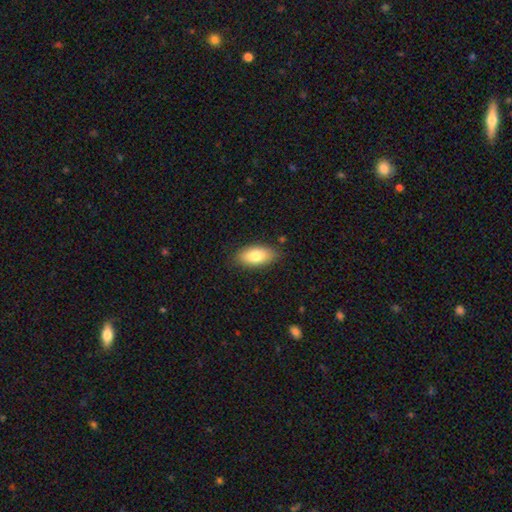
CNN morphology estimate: Q: Smooth or featured?
A: smooth (81%); runner-up: featured or disk (13%)
Q: How rounded?
A: in between (89%); runner-up: cigar-shaped (8%)
Q: Merging?
A: none (84%); runner-up: minor disturbance (12%)